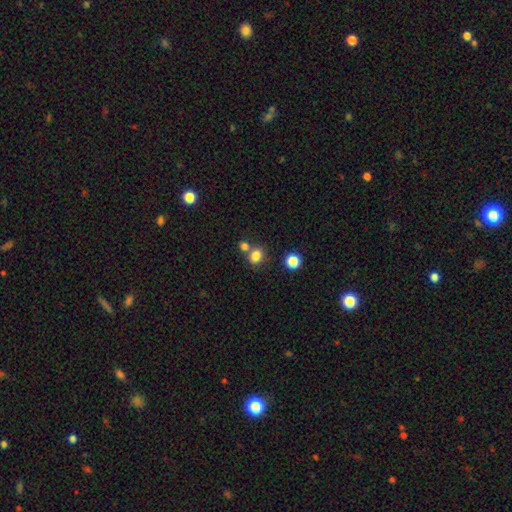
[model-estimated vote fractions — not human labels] This is clearly a smooth galaxy (82%). How rounded: possibly round (56%). Merging: possibly none (58%).